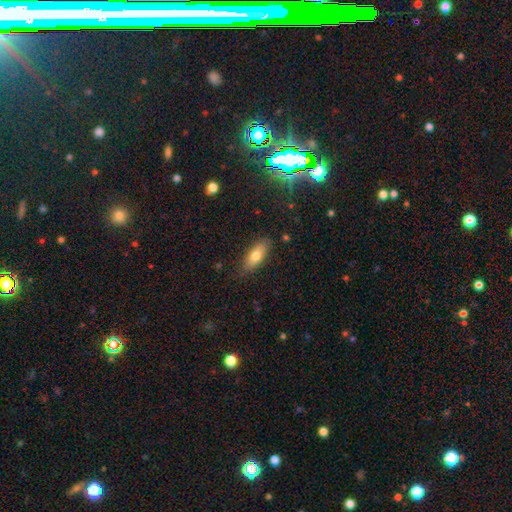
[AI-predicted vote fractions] Smooth or featured? smooth (74%)
How rounded? in between (71%)
Merging? none (81%)